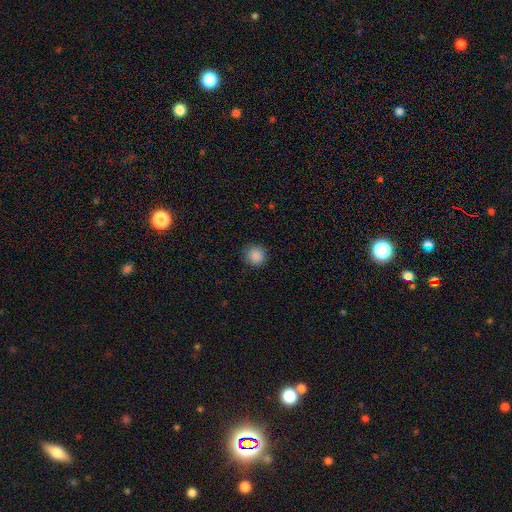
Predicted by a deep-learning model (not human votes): This is clearly a smooth galaxy (88%). How rounded: clearly round (94%). Merging: clearly none (89%).